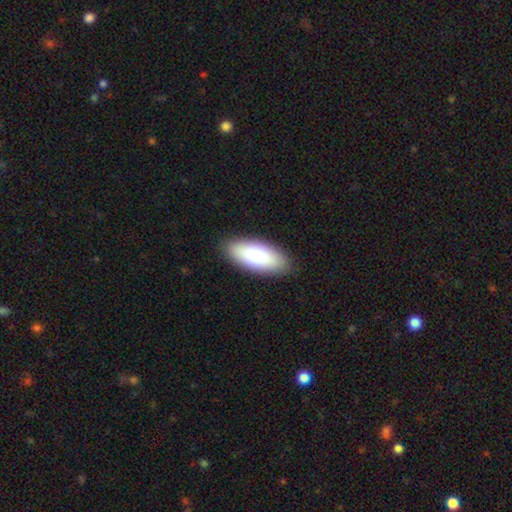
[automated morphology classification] smooth 73%, featured or disk 21%, star or artifact 7%. Down the decision tree: how rounded — in between (85%); merging — none (89%).